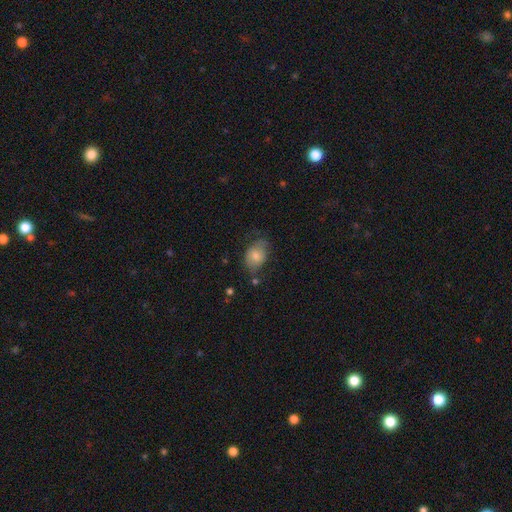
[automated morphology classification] Overall: smooth (73%). How rounded: in between (75%). Merging: none (56%; minor disturbance 30%).